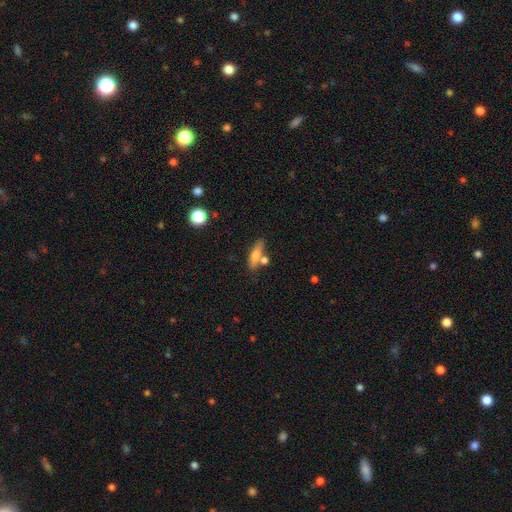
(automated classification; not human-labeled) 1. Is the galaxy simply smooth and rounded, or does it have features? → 64% smooth, 28% featured or disk, 8% star or artifact.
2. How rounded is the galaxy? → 58% cigar-shaped, 38% in between, 4% round.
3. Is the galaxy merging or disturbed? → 61% none, 20% merger, 14% minor disturbance, 5% major disturbance.